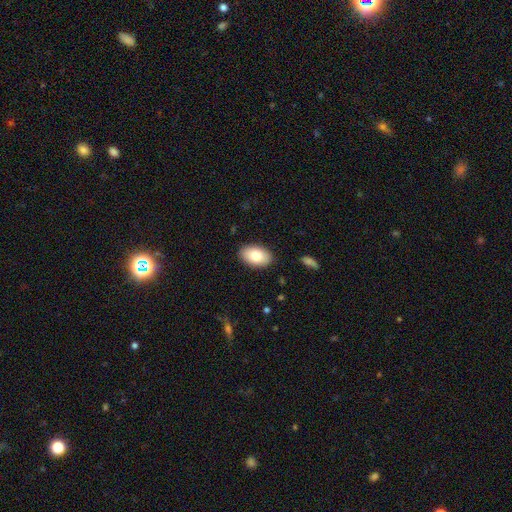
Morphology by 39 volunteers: Q: Smooth or featured?
A: smooth (74%); runner-up: featured or disk (18%)
Q: How rounded?
A: in between (93%); runner-up: round (7%)
Q: Merging?
A: none (94%); runner-up: minor disturbance (6%)